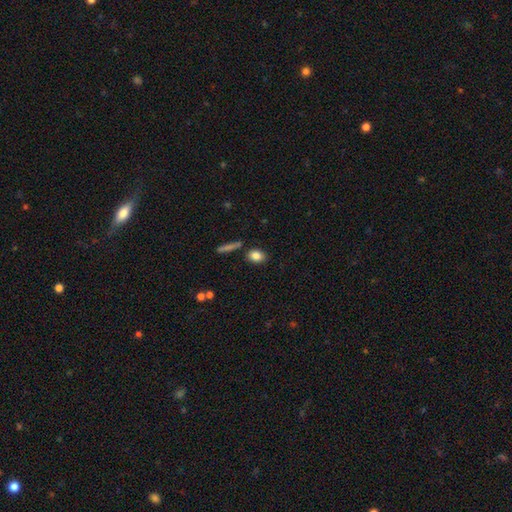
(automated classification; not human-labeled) This is clearly a smooth galaxy (84%). How rounded: likely in between (68%). Merging: clearly none (80%).